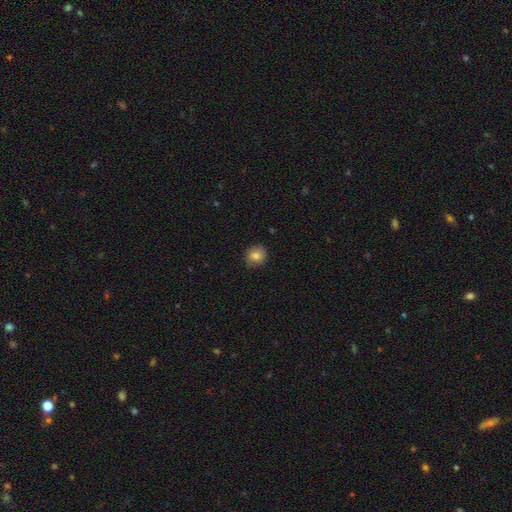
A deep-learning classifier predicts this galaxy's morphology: The model was most divided on "how rounded": round: 83%, in between: 16%, cigar-shaped: 1%. More confident: merging — none (84%); smooth or featured — smooth (81%).